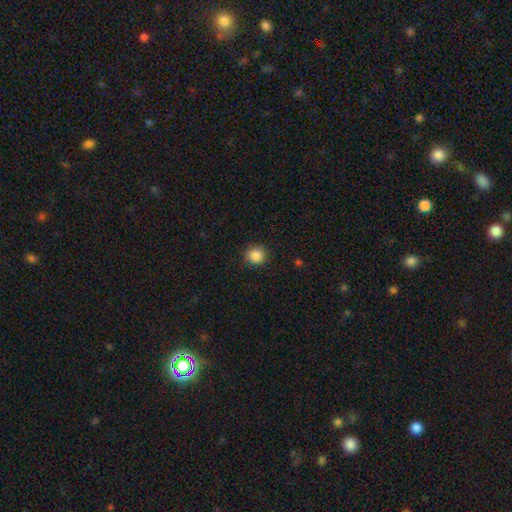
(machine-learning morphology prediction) type=smooth (87%); roundness=round (90%); merging=none (88%).